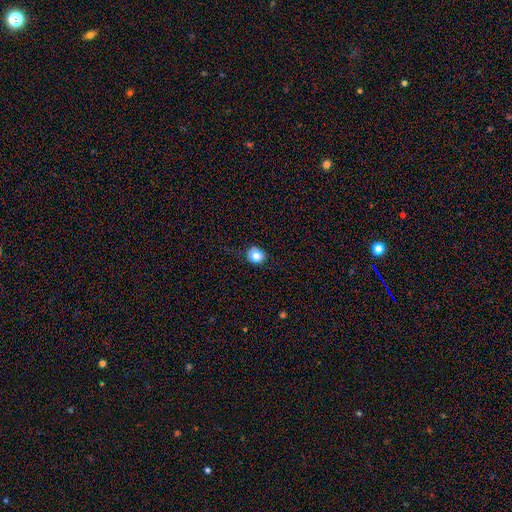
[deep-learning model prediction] Q: Smooth or featured?
A: smooth (81%); runner-up: star or artifact (11%)
Q: How rounded?
A: round (78%); runner-up: in between (21%)
Q: Merging?
A: none (82%); runner-up: minor disturbance (13%)